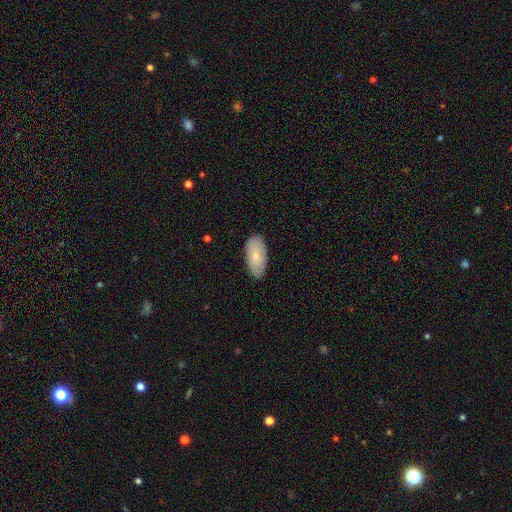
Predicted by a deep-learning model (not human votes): Overall: smooth (73%). How rounded: in between (94%). Merging: none (85%).